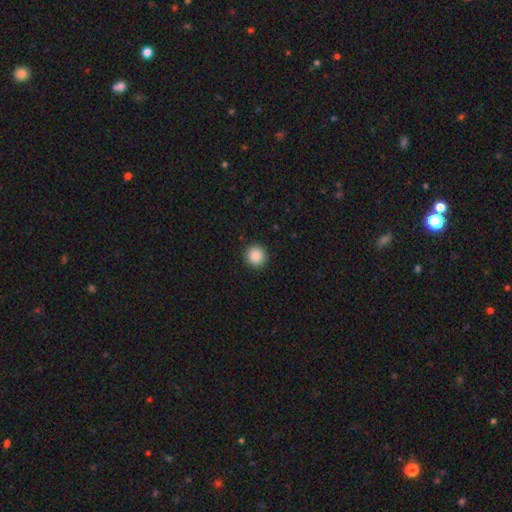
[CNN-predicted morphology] smooth-or-featured: smooth: 89% | star or artifact: 9% | featured or disk: 3%
  how-rounded: round: 94% | in between: 5% | cigar-shaped: 1%
  merging: none: 92% | minor disturbance: 5% | major disturbance: 2% | merger: 1%